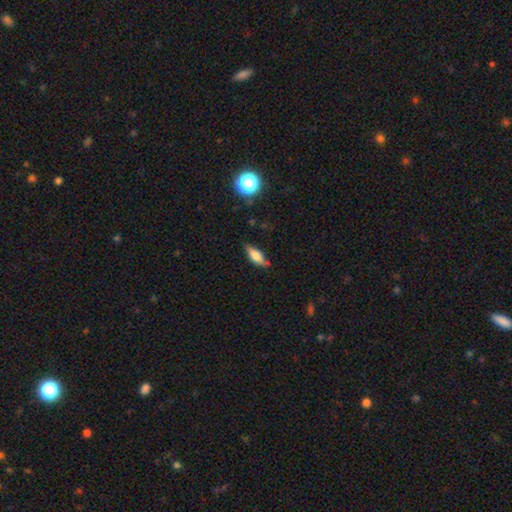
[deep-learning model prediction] Smooth or featured? Predicted: smooth (p=0.66). How rounded? Predicted: in between (p=0.66). Merging? Predicted: none (p=0.73).